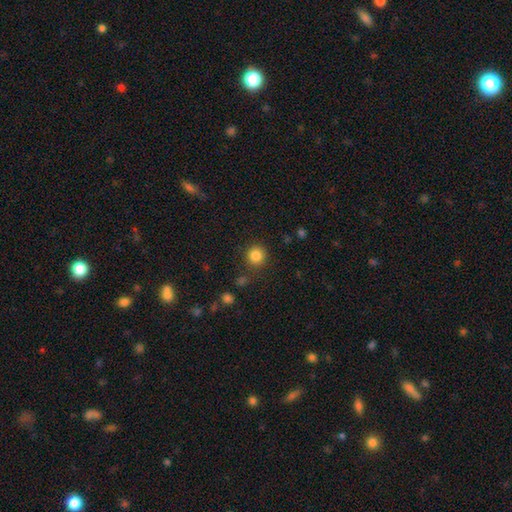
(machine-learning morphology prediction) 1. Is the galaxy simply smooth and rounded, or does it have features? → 84% smooth, 12% star or artifact, 4% featured or disk.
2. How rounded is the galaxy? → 93% round, 6% in between, 1% cigar-shaped.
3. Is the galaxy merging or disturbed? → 86% none, 8% minor disturbance, 3% major disturbance, 3% merger.